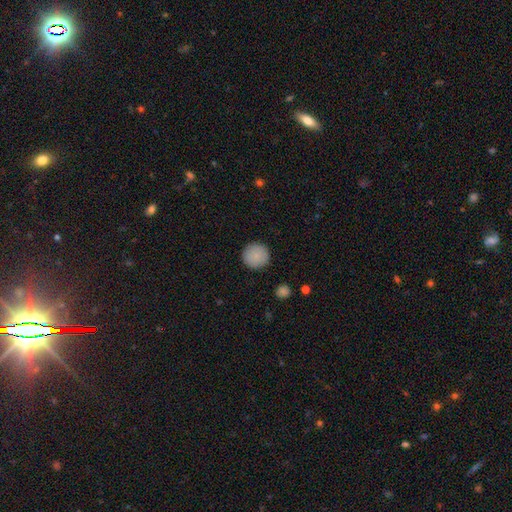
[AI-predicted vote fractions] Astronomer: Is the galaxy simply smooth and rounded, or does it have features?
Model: smooth — 88%.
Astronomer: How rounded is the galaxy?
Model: round — 95%.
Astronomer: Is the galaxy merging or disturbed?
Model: none — 91%.